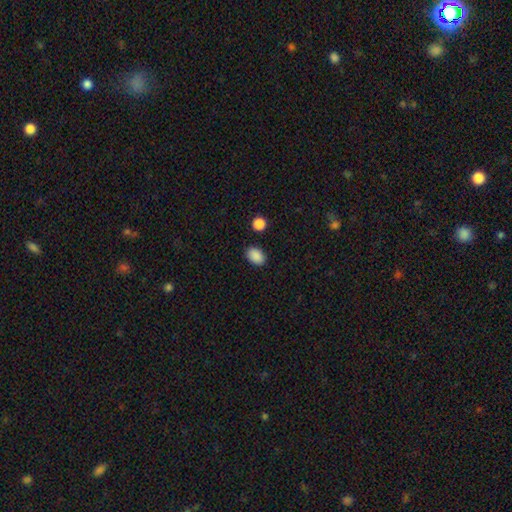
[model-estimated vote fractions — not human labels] This is clearly a smooth galaxy (89%). How rounded: clearly in between (86%). Merging: clearly none (87%).